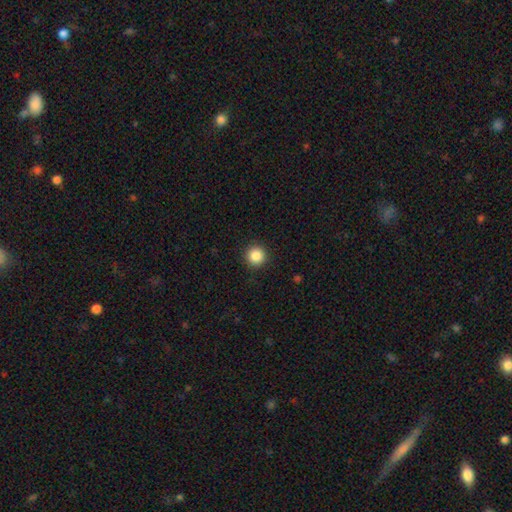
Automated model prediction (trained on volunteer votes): Smooth or featured? Predicted: smooth (p=0.87). How rounded? Predicted: round (p=0.96). Merging? Predicted: none (p=0.92).